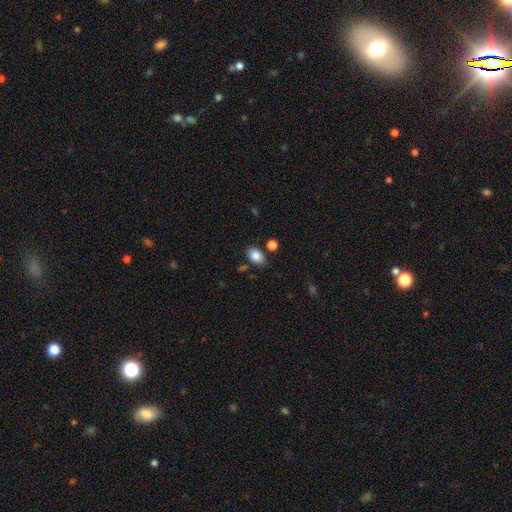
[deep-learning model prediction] This appears to be a smooth galaxy with no disk features (85%) that is in between round and cigar-shaped (80%). Merging: none (78%).